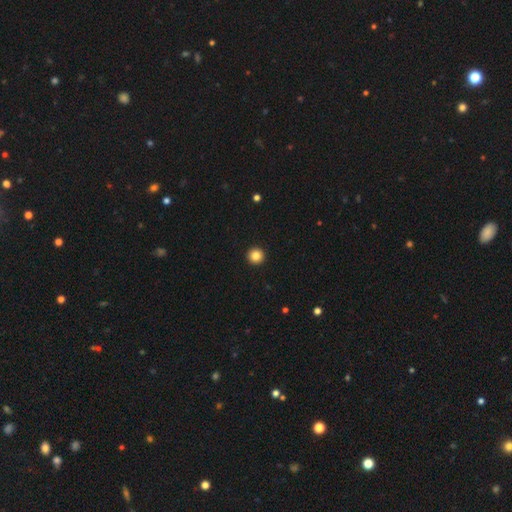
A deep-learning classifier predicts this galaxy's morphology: type=smooth (85%); roundness=round (96%); merging=none (94%).